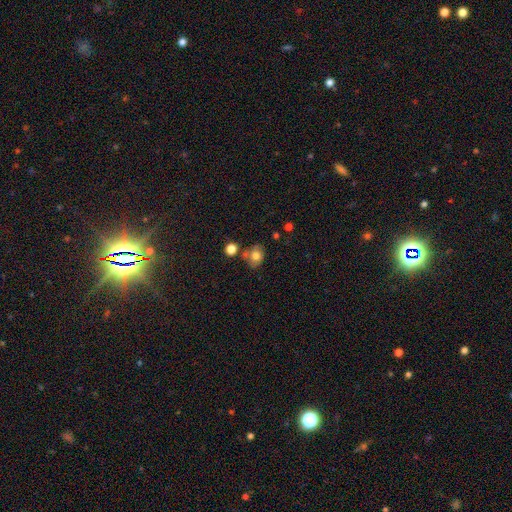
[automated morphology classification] The model was most divided on "how rounded": round: 57%, in between: 42%, cigar-shaped: 1%. More confident: smooth or featured — smooth (73%); merging — none (57%).